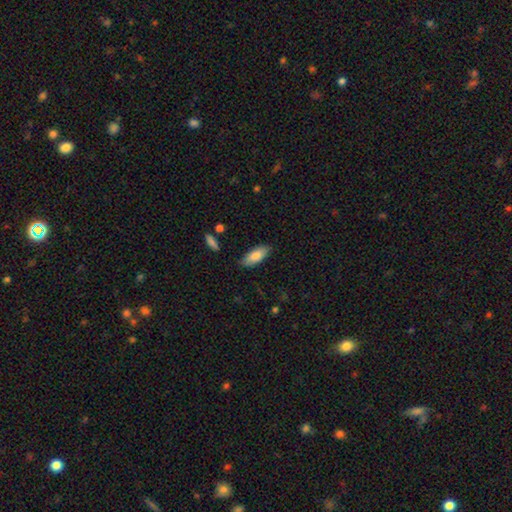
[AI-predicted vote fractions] Morphology: type=smooth (83%); roundness=in between (78%); merging=none (83%).